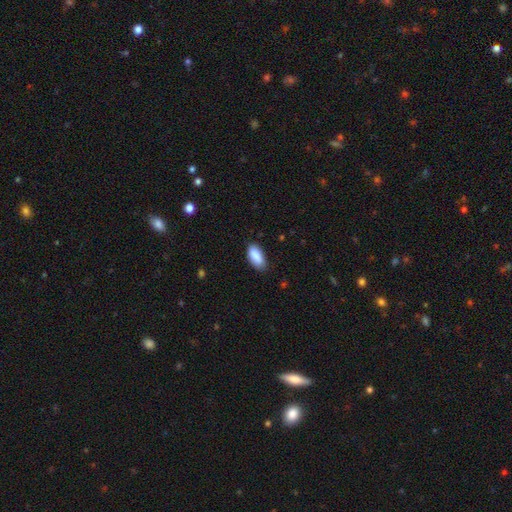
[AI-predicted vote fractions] Smooth or featured: smooth — 89% (star or artifact — 6%)
How rounded: in between — 91% (cigar-shaped — 7%)
Merging: none — 80% (minor disturbance — 17%)